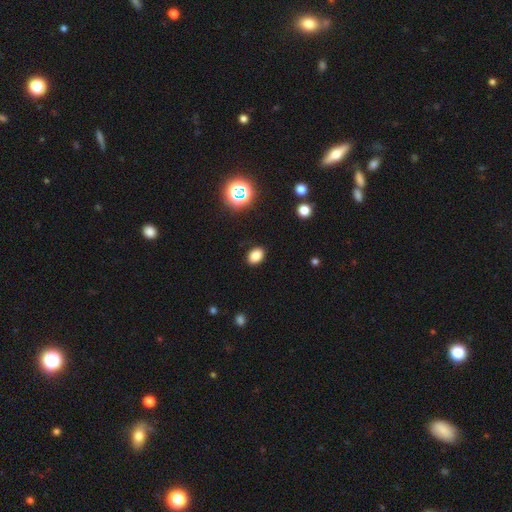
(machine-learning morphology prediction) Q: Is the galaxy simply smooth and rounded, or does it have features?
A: smooth — 81%.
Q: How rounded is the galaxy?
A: in between — 76%.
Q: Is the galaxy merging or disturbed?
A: none — 89%.